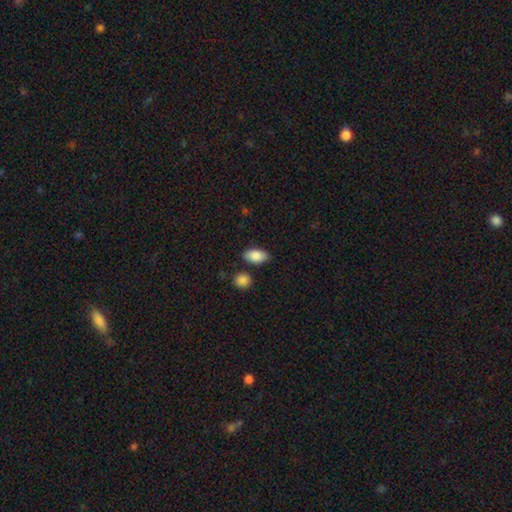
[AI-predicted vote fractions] Overall: smooth (88%). How rounded: in between (92%). Merging: none (83%).